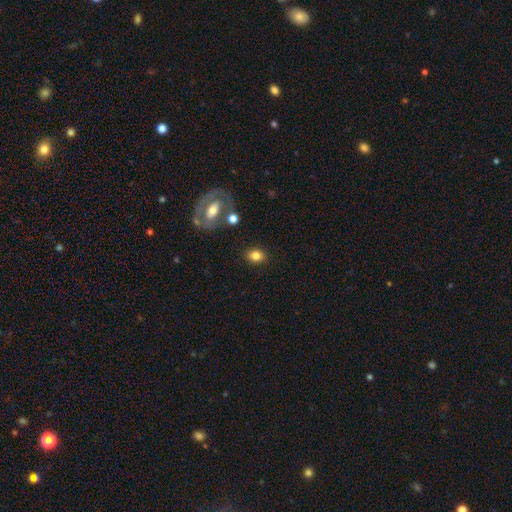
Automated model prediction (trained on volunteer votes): Smooth or featured? smooth (80%)
How rounded? in between (54%)
Merging? none (84%)